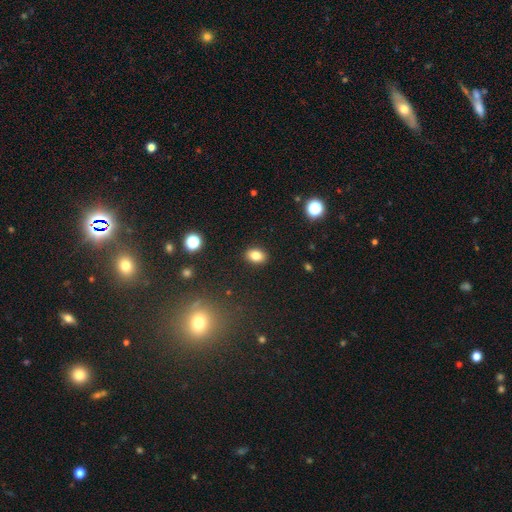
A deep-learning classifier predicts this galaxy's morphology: A smooth galaxy with no disk features (83%) that is in between round and cigar-shaped (77%). Merging: none (89%).